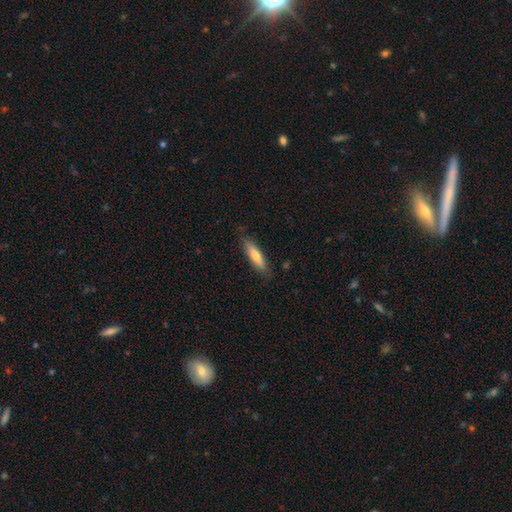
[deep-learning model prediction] Morphology: type=smooth (68%); roundness=cigar-shaped (79%); merging=none (85%).